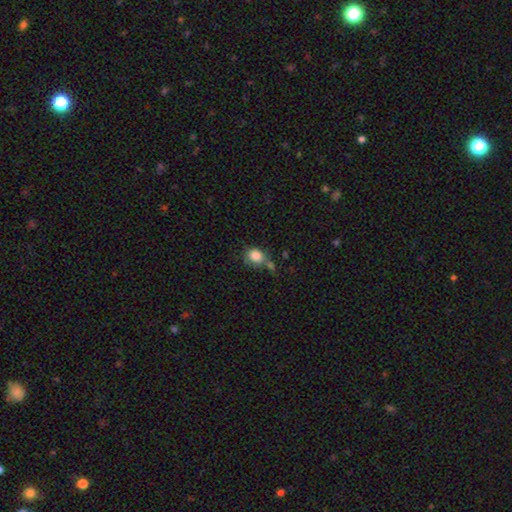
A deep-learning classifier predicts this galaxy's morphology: This is clearly a smooth galaxy (84%). How rounded: likely round (74%). Merging: possibly none (54%).